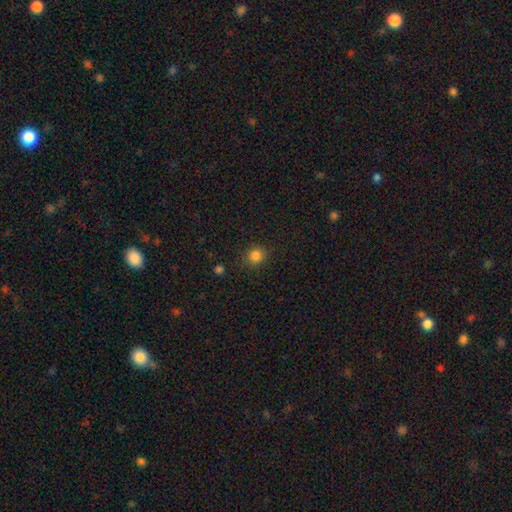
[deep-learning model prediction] smooth_or_featured: smooth (p=0.83) [alt: star or artifact p=0.12]
how_rounded: round (p=0.85) [alt: in between p=0.14]
merging: none (p=0.86) [alt: minor disturbance p=0.10]